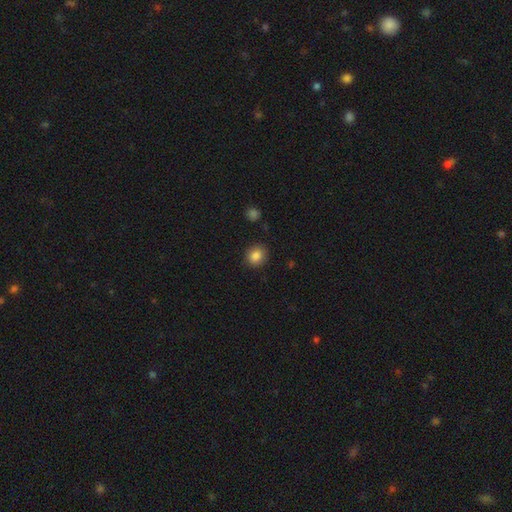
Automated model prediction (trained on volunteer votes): The model was most divided on "how rounded": round: 79%, in between: 20%, cigar-shaped: 1%. More confident: merging — none (87%); smooth or featured — smooth (86%).